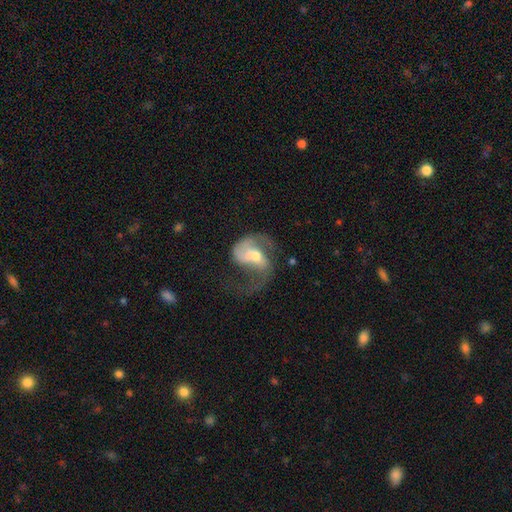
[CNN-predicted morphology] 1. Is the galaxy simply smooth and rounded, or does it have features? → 74% featured or disk, 19% smooth, 6% star or artifact.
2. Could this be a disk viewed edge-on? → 97% no, 3% yes.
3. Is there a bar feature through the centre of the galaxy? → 44% no, 39% weak, 17% strong.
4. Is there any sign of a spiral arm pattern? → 86% yes, 14% no.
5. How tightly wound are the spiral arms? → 55% loose, 35% medium, 10% tight.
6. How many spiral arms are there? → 55% 2, 34% 1, 7% can't tell, 2% 3, 1% 4, 1% more than 4.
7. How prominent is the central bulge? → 59% moderate, 30% small, 7% large, 3% none, 1% dominant.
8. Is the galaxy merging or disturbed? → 43% major disturbance, 26% none, 18% merger, 13% minor disturbance.